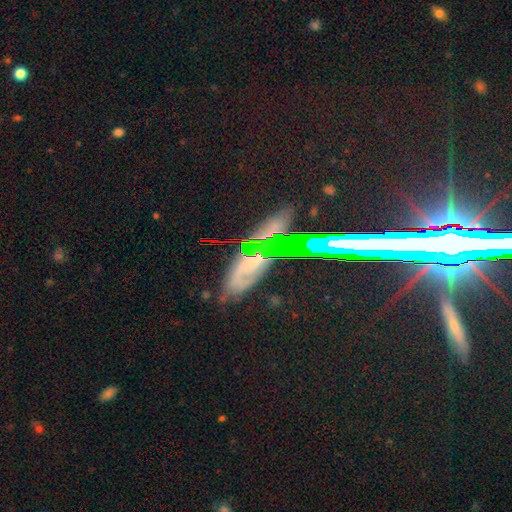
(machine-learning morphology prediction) This appears to be a star or artifact, not a galaxy (43%).